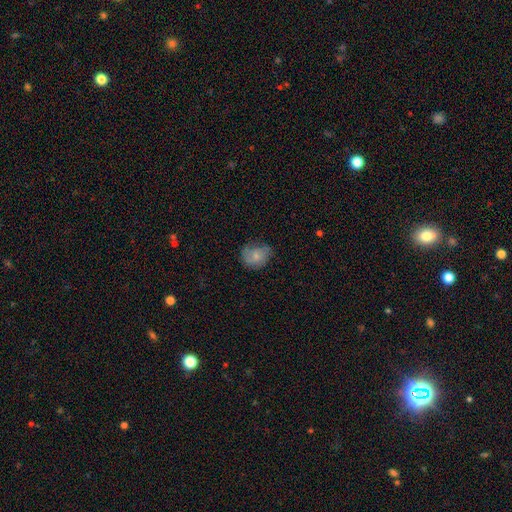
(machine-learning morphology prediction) Overall: smooth (70%). How rounded: round (61%; in between 38%). Merging: none (57%; minor disturbance 31%).